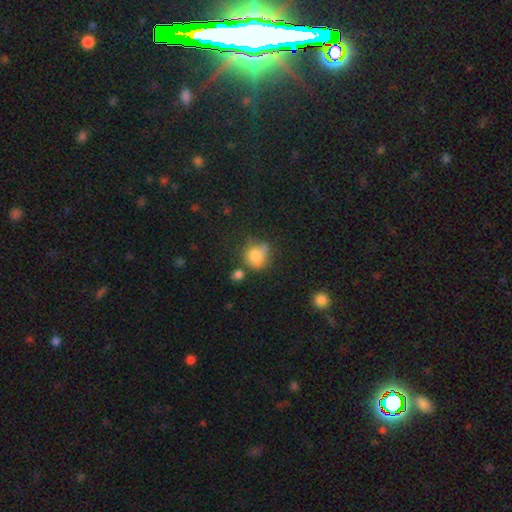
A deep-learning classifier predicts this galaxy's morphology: Smooth or featured? smooth (76%)
How rounded? round (74%)
Merging? none (46%)